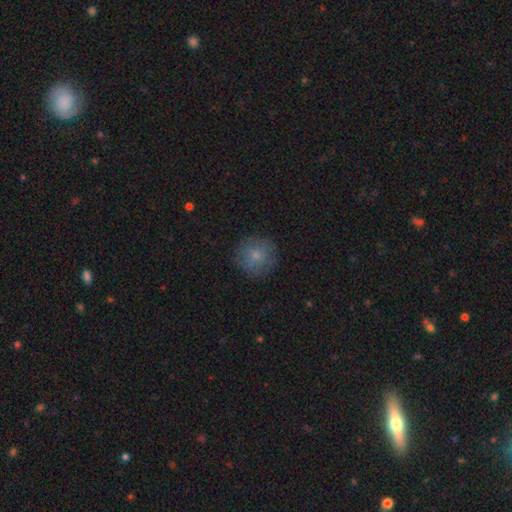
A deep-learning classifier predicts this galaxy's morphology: smooth_or_featured: smooth (p=0.77) [alt: featured or disk p=0.14]
how_rounded: round (p=0.93) [alt: in between p=0.06]
merging: none (p=0.83) [alt: minor disturbance p=0.12]